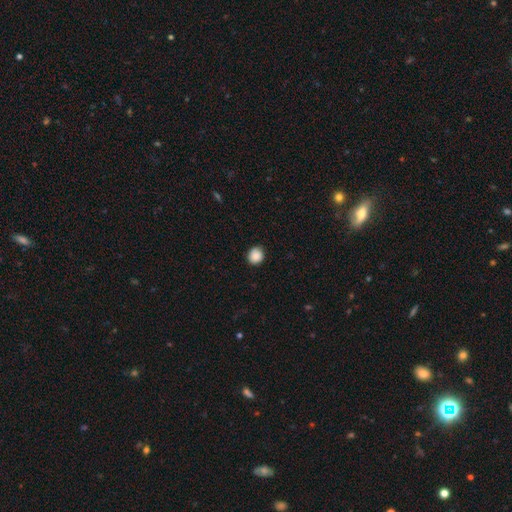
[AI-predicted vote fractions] This appears to be a smooth galaxy with no disk features (87%) that is round (85%). Merging: none (86%).